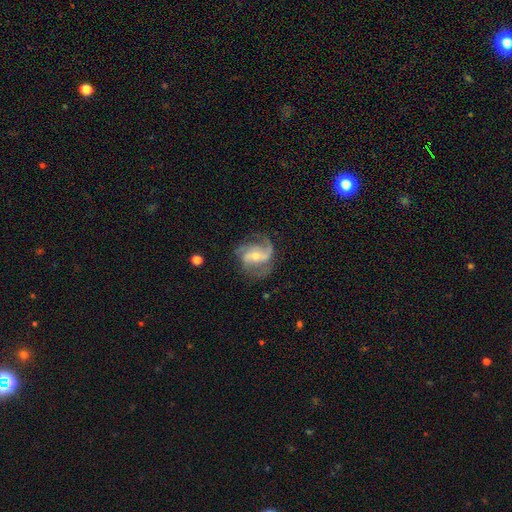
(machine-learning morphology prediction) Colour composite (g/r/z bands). It shows a featured or disk galaxy (87%) with a weak bar (41%), 2 (44%) medium (49%) spiral arms (96%) and a small central bulge (54%). Merging: none (64%).